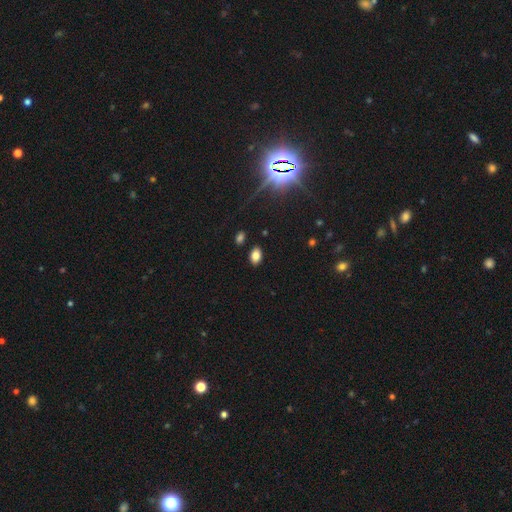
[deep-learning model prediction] A smooth galaxy with no disk features (80%) that is in between round and cigar-shaped (88%). Merging: none (86%).